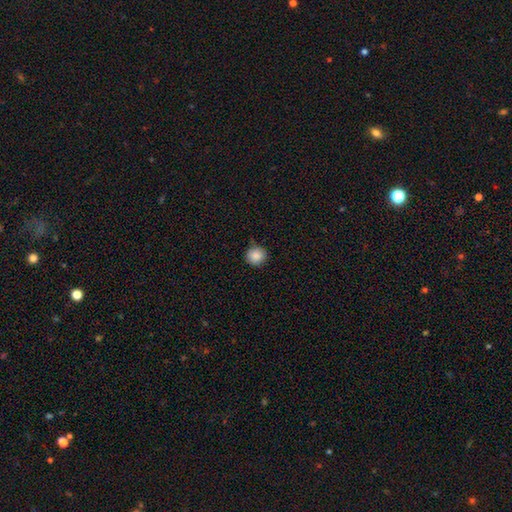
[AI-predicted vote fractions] Smooth or featured? smooth (87%)
How rounded? round (94%)
Merging? none (79%)